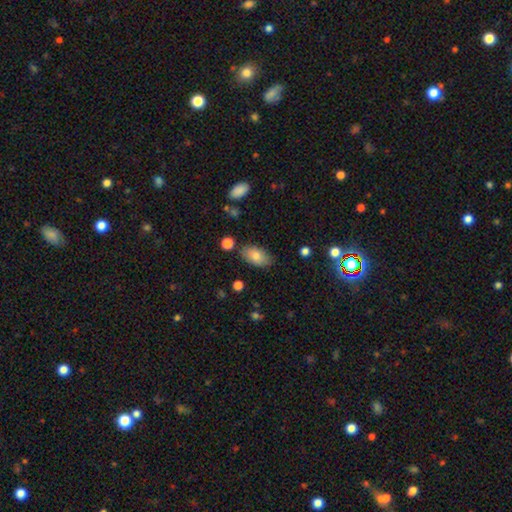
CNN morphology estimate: This is likely a smooth galaxy (79%). How rounded: clearly in between (92%). Merging: likely none (79%).